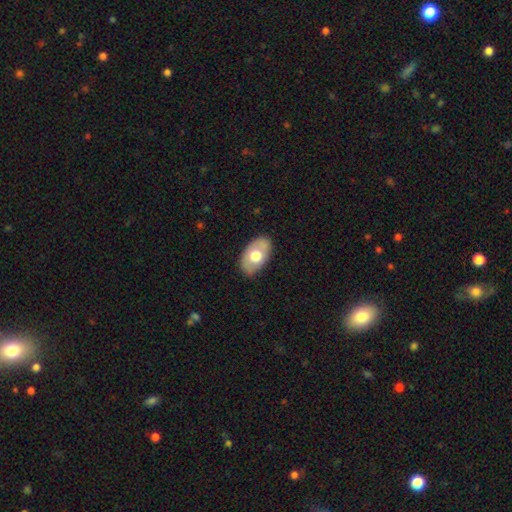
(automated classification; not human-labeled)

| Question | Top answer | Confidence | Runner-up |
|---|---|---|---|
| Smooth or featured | smooth | 63% | featured or disk (32%) |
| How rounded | in between | 92% | round (7%) |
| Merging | none | 83% | minor disturbance (13%) |